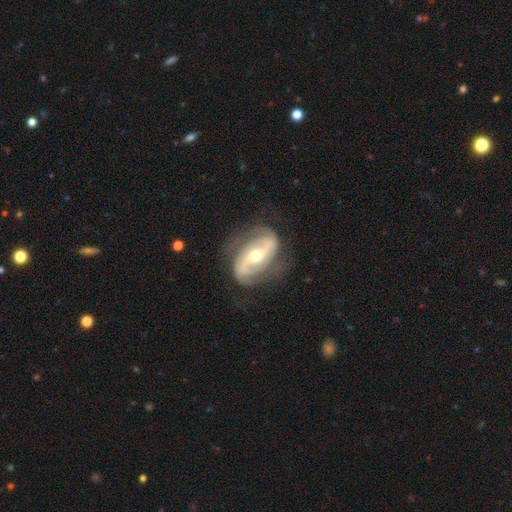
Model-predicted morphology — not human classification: smooth-or-featured: featured or disk: 87% | smooth: 8% | star or artifact: 5%
  disk-edge-on: no: 95% | yes: 5%
    bar: strong: 47% | weak: 32% | no: 20%
    has-spiral-arms: yes: 94% | no: 6%
      spiral-winding: medium: 42% | loose: 31% | tight: 26%
      spiral-arm-count: 2: 86% | can't tell: 6% | 3: 3% | 1: 2% | 4: 1% | more than 4: 1%
    bulge-size: moderate: 62% | small: 32% | large: 4% | none: 1% | dominant: 1%
  merging: none: 73% | minor disturbance: 16% | major disturbance: 9% | merger: 1%